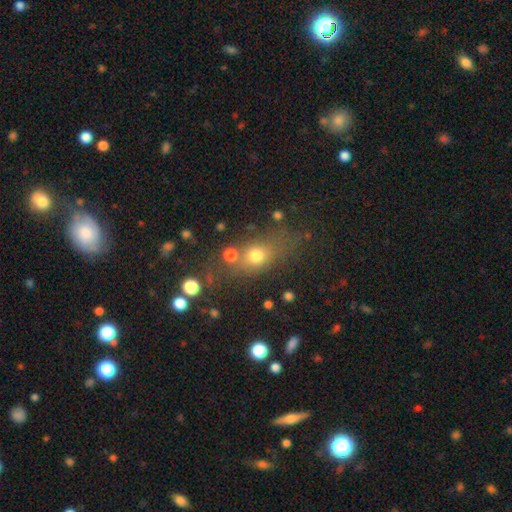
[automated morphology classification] This appears to be a smooth galaxy with no disk features (68%) that is in between round and cigar-shaped (48%). Merging: none (62%).